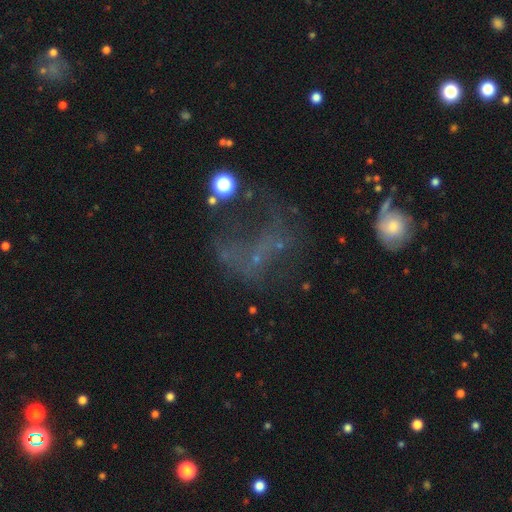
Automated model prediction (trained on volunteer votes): Morphology: type=featured or disk (39%); merging=major disturbance (44%).